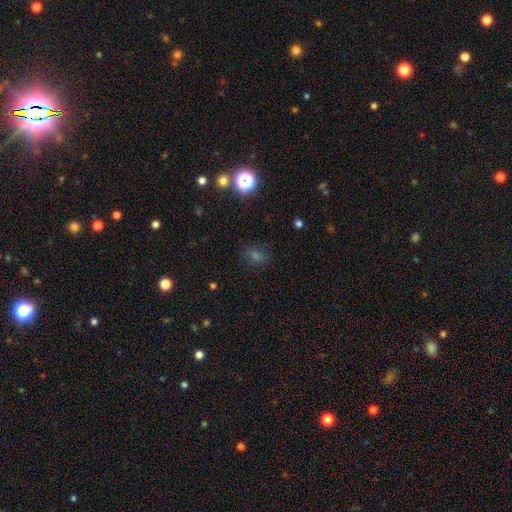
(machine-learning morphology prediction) A smooth galaxy with no disk features (49%). Merging: none (80%).